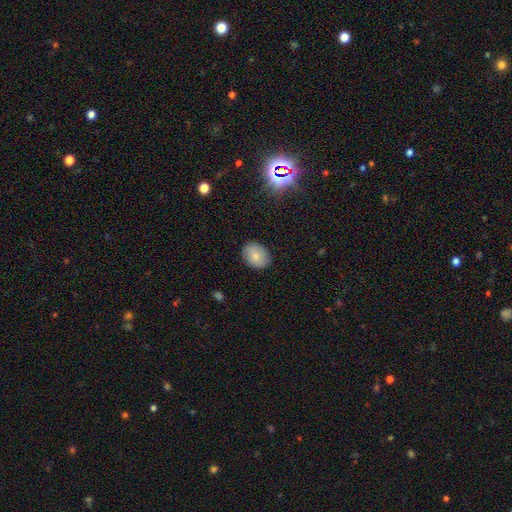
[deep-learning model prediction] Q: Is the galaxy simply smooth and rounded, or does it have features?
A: smooth — 77%.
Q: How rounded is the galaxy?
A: in between — 58%.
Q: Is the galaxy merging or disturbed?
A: none — 84%.